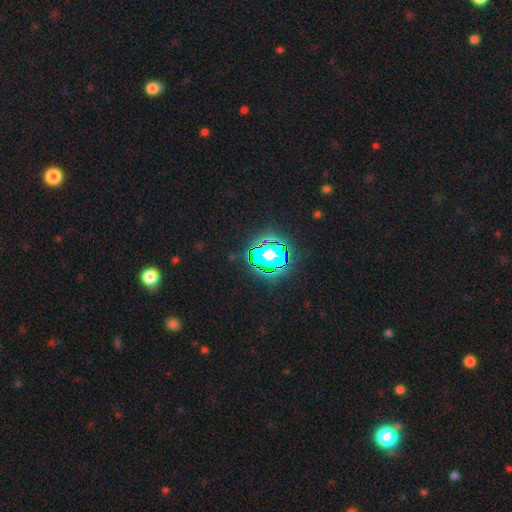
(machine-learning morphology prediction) type=star or artifact (71%).